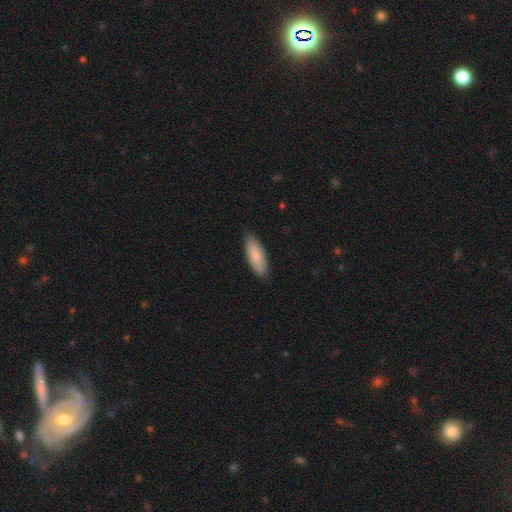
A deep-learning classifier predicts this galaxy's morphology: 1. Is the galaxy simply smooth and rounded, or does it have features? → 85% smooth, 10% featured or disk, 5% star or artifact.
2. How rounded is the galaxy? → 66% in between, 32% cigar-shaped, 1% round.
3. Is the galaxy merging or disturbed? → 86% none, 11% minor disturbance, 2% major disturbance, 1% merger.